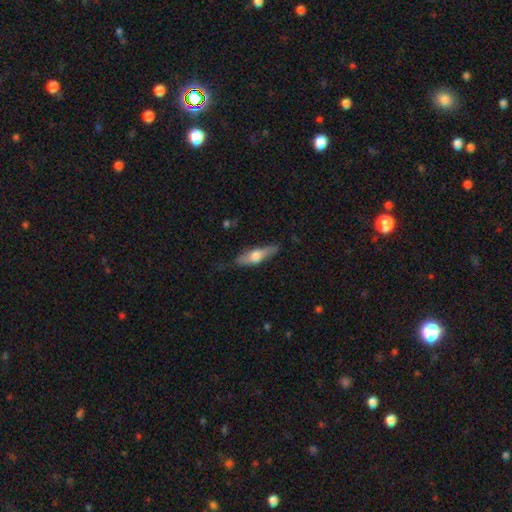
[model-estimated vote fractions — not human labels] Q: Smooth or featured?
A: smooth (53%); runner-up: featured or disk (42%)
Q: How rounded?
A: cigar-shaped (60%); runner-up: in between (37%)
Q: Merging?
A: none (74%); runner-up: minor disturbance (19%)